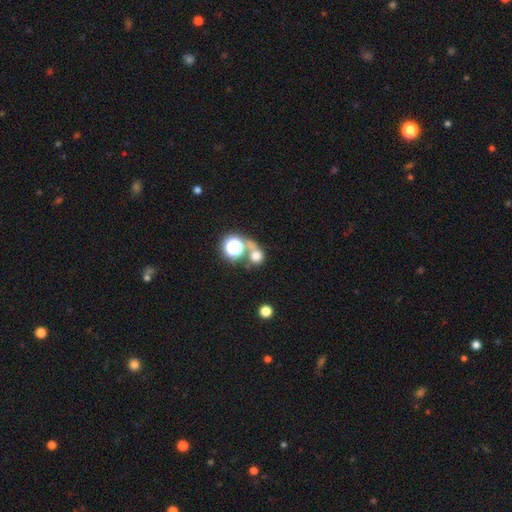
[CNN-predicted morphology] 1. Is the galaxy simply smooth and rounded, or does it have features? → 66% smooth, 22% star or artifact, 12% featured or disk.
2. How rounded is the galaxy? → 83% round, 15% in between, 1% cigar-shaped.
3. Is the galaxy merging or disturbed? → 42% none, 39% merger, 9% minor disturbance, 9% major disturbance.